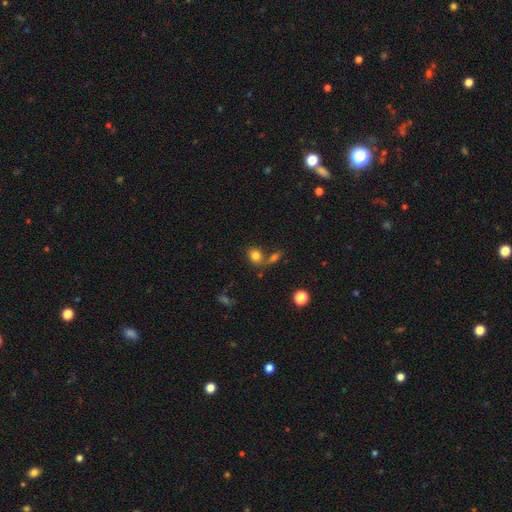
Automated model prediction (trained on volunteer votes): Q: Smooth or featured?
A: smooth (80%); runner-up: star or artifact (11%)
Q: How rounded?
A: in between (49%); tied with: round (49%)
Q: Merging?
A: none (52%); runner-up: merger (30%)